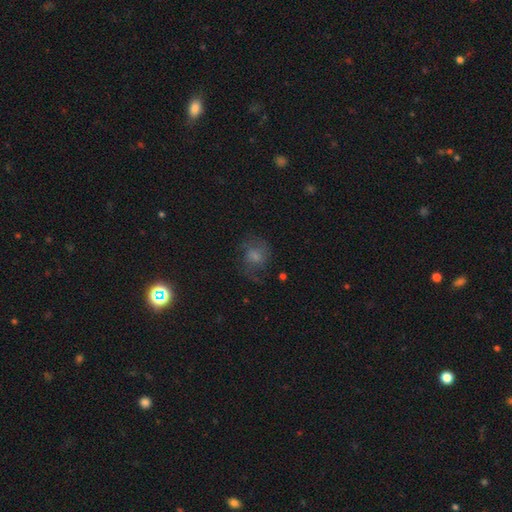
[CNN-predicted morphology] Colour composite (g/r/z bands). It shows a featured or disk galaxy (43%). Merging: none (68%).